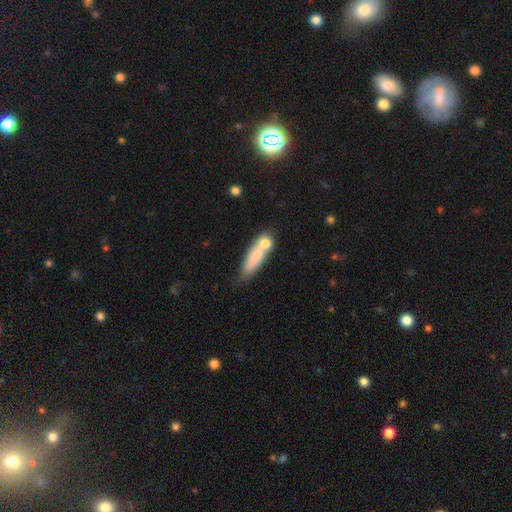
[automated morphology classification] This is likely a smooth galaxy (70%). How rounded: possibly cigar-shaped (58%). Merging: possibly none (47%).